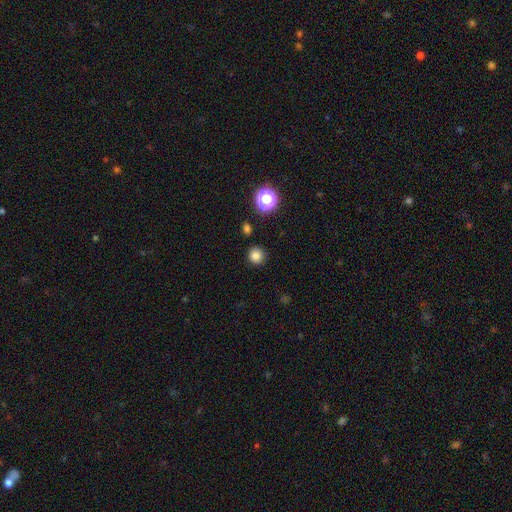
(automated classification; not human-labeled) Q: Smooth or featured?
A: smooth (82%); runner-up: star or artifact (14%)
Q: How rounded?
A: round (91%); runner-up: in between (8%)
Q: Merging?
A: none (88%); runner-up: minor disturbance (7%)